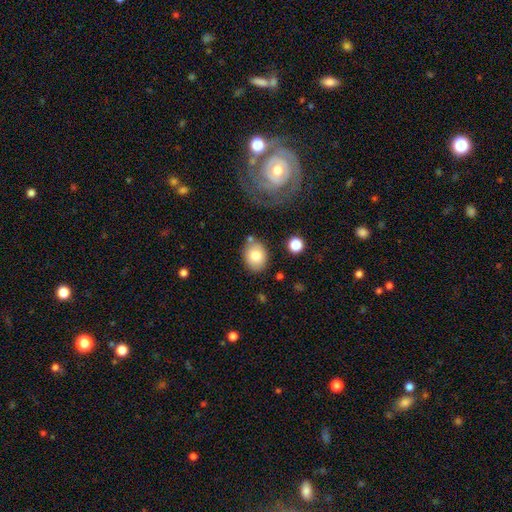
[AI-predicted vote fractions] This is clearly a smooth galaxy (81%). How rounded: possibly in between (60%). Merging: likely none (75%).